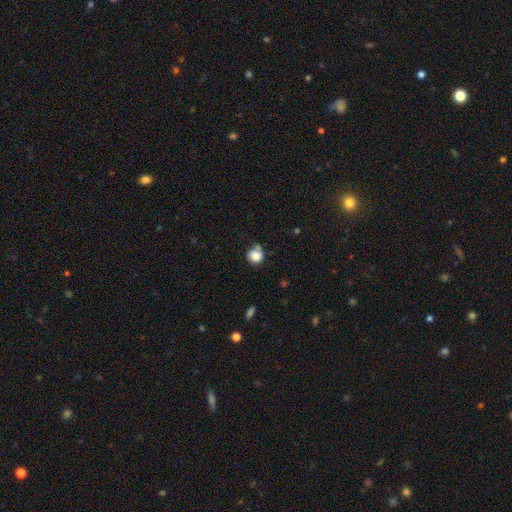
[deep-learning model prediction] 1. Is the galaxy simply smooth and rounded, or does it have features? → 83% smooth, 10% star or artifact, 7% featured or disk.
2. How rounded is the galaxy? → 80% round, 19% in between, 1% cigar-shaped.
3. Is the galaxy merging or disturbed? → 53% none, 23% minor disturbance, 14% merger, 9% major disturbance.